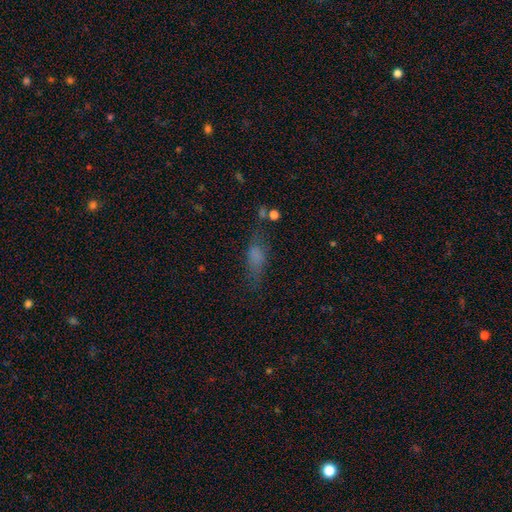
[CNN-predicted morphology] Smooth or featured? Predicted: smooth (p=0.49). Merging? Predicted: none (p=0.62).